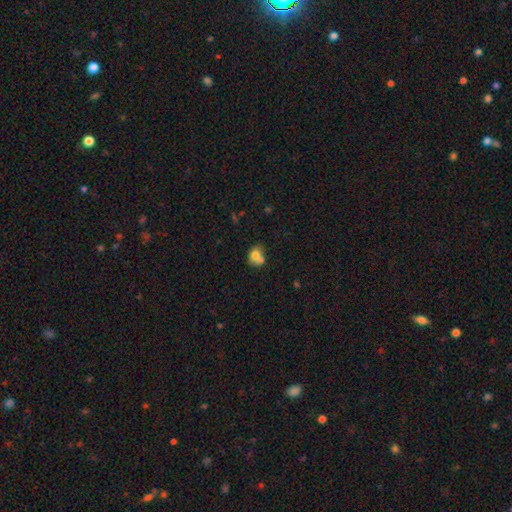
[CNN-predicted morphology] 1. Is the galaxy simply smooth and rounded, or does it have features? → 73% smooth, 17% featured or disk, 10% star or artifact.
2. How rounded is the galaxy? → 54% round, 45% in between, 1% cigar-shaped.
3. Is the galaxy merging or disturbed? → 38% merger (tied), 38% none (tied), 18% minor disturbance, 7% major disturbance.